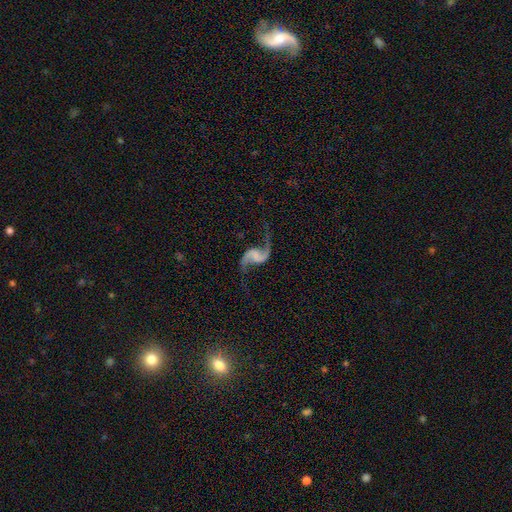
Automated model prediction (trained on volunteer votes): This is clearly a featured or disk galaxy (90%). It is clearly not viewed edge-on (98%). Bar: possibly no (45%). Spiral arm pattern: clearly yes (98%). Spiral arm count: clearly 2 (94%). Spiral winding: clearly loose (85%). Central bulge: likely none (69%). Merging: likely none (76%).